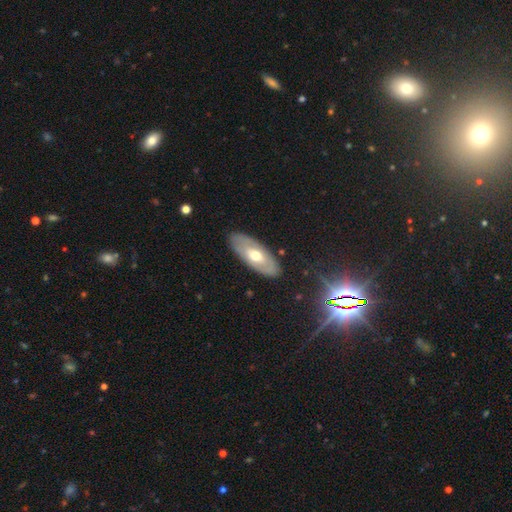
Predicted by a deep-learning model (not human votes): smooth_or_featured: featured or disk (p=0.53) [alt: smooth p=0.41]
disk_edge_on: no (p=0.80) [alt: yes p=0.20]
merging: none (p=0.85) [alt: minor disturbance p=0.11]